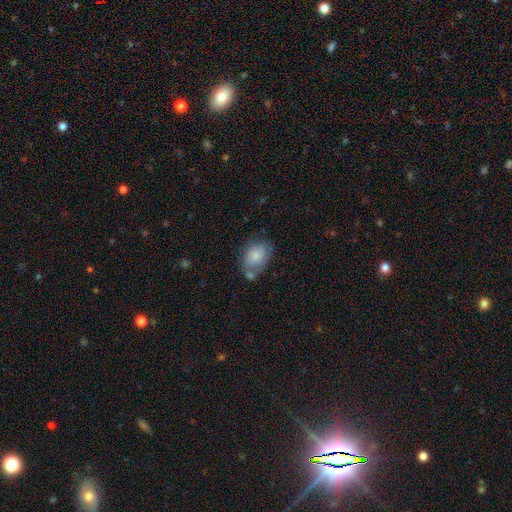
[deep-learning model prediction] smooth-or-featured: smooth: 80% | featured or disk: 13% | star or artifact: 7%
  how-rounded: in between: 79% | round: 19% | cigar-shaped: 1%
  merging: none: 56% | minor disturbance: 22% | merger: 14% | major disturbance: 7%